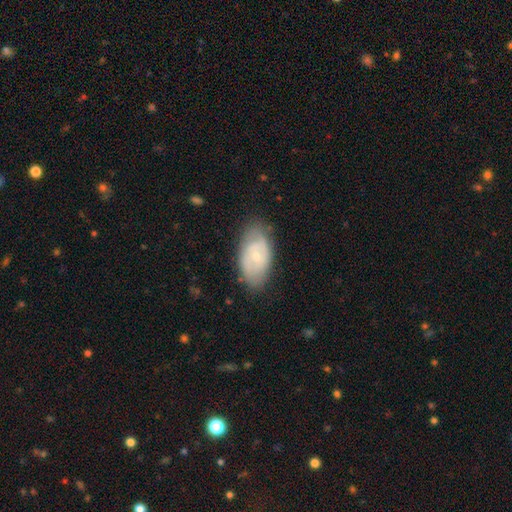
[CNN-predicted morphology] The model was most divided on "smooth or featured": featured or disk: 58%, smooth: 36%, star or artifact: 6%. More confident: edge-on disk — no (93%); merging — none (73%); bar — no (68%); bulge size — small (66%); spiral arms — yes (66%).